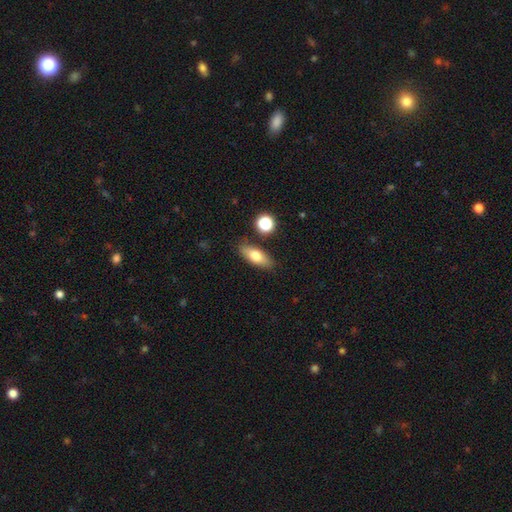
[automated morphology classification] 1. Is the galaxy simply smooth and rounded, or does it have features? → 70% smooth, 22% featured or disk, 8% star or artifact.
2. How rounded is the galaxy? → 71% in between, 24% cigar-shaped, 6% round.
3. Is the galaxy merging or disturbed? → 83% none, 11% minor disturbance, 4% merger, 3% major disturbance.